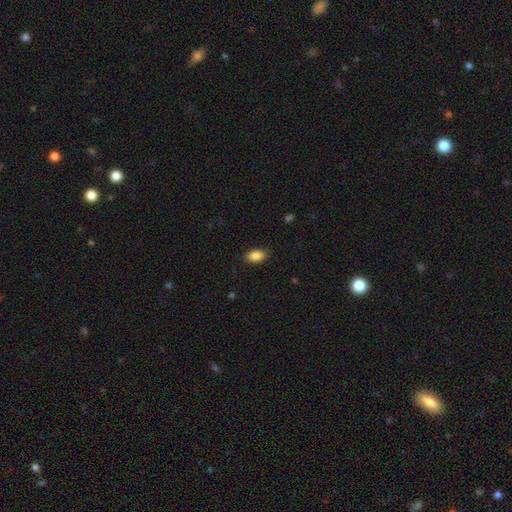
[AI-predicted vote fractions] Smooth or featured? smooth (88%)
How rounded? in between (91%)
Merging? none (86%)